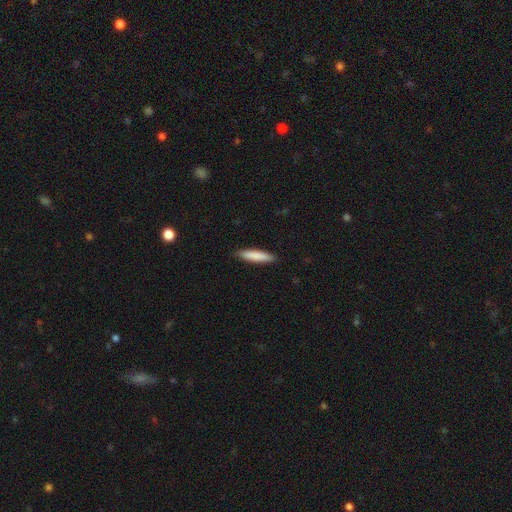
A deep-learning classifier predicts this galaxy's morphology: The model was most divided on "how rounded": cigar-shaped: 85%, in between: 14%, round: 1%. More confident: merging — none (90%); smooth or featured — smooth (84%).